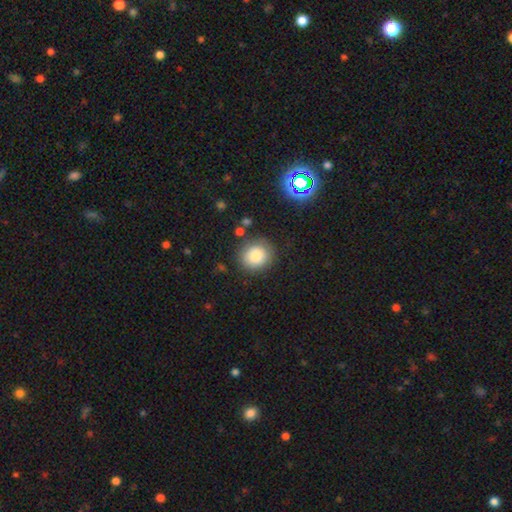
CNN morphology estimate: Smooth or featured: smooth — 82% (star or artifact — 10%)
How rounded: round — 83% (in between — 16%)
Merging: none — 83% (minor disturbance — 11%)